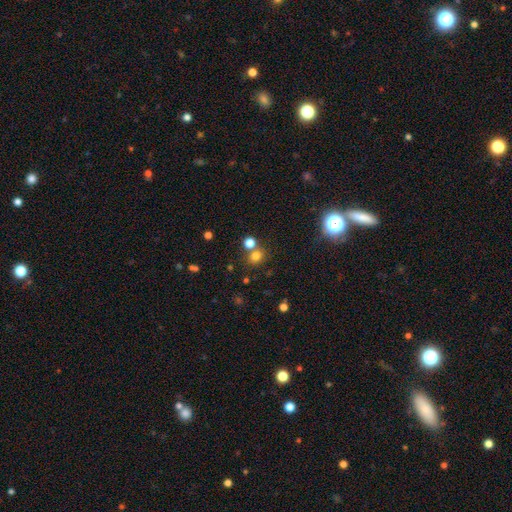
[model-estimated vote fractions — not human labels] Smooth or featured? Predicted: smooth (p=0.75). How rounded? Predicted: round (p=0.69). Merging? Predicted: none (p=0.65).